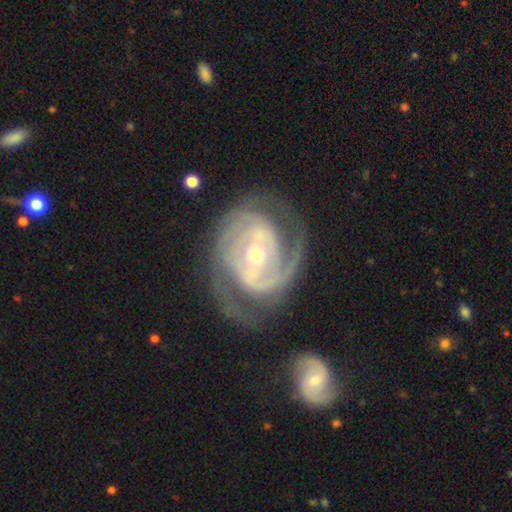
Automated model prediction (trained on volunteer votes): Smooth or featured? Predicted: featured or disk (p=0.90). Edge-on disk? Predicted: no (p=0.97). Bar? Predicted: weak (p=0.39). Spiral arms? Predicted: yes (p=0.97). Spiral winding? Predicted: tight (p=0.64). Spiral arm count? Predicted: 2 (p=0.51). Bulge size? Predicted: moderate (p=0.50). Merging? Predicted: none (p=0.63).